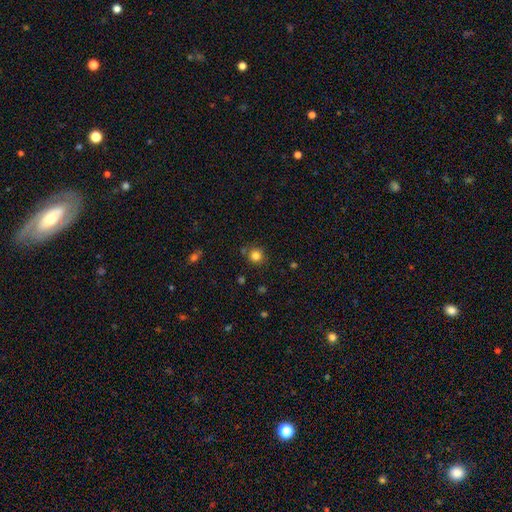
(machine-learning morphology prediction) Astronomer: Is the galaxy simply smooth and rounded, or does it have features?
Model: smooth — 82%.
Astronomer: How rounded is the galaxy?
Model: round — 91%.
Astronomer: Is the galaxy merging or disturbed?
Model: none — 80%.